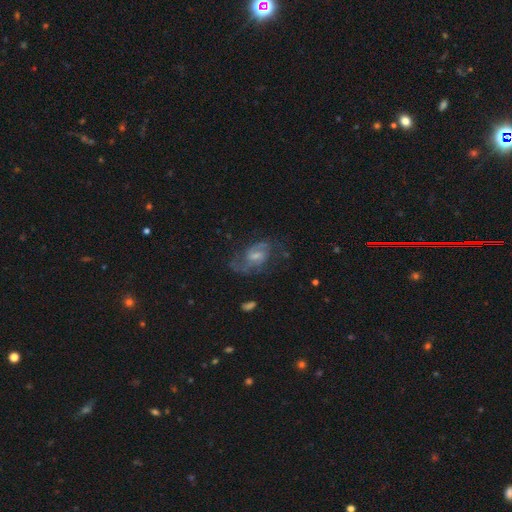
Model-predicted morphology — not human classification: smooth_or_featured: featured or disk (p=0.78) [alt: smooth p=0.13]
disk_edge_on: no (p=0.97) [alt: yes p=0.03]
bar: weak (p=0.55) [alt: no p=0.33]
has_spiral_arms: yes (p=0.91) [alt: no p=0.09]
spiral_winding: medium (p=0.52) [alt: loose p=0.27]
spiral_arm_count: 2 (p=0.77) [alt: can't tell p=0.12]
bulge_size: small (p=0.48) [alt: moderate p=0.34]
merging: none (p=0.62) [alt: minor disturbance p=0.19]